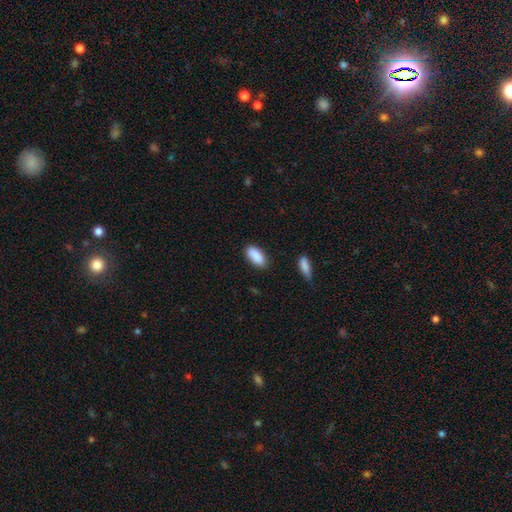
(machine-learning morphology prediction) Smooth or featured? smooth (89%)
How rounded? in between (87%)
Merging? none (81%)